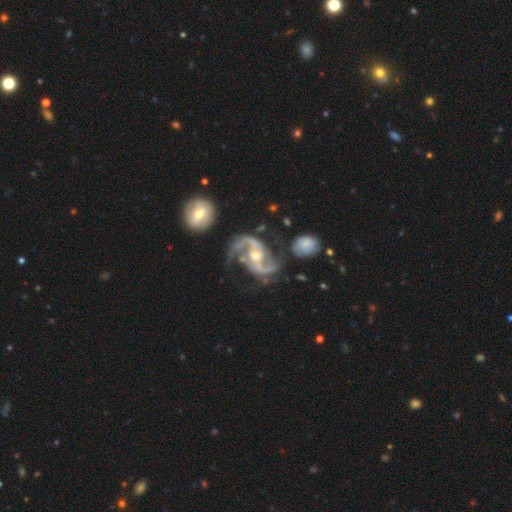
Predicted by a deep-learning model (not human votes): Overall: featured or disk (93%). Edge-on disk: no (98%). Bar: weak (38%; no 32%). Spiral arms: yes (98%). Spiral arm count: 2 (93%). Spiral winding: loose (48%; medium 44%). Bulge size: moderate (61%; small 33%). Merging: none (63%).